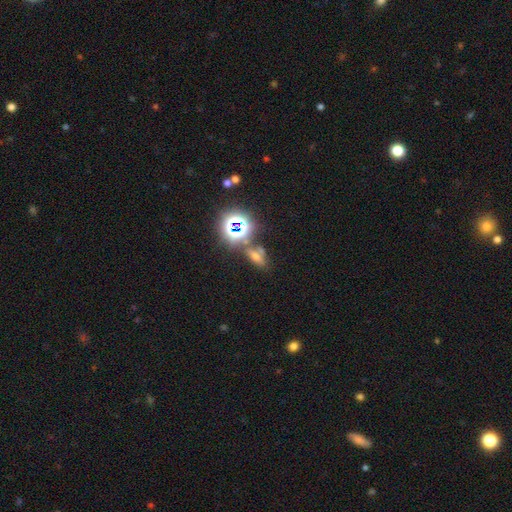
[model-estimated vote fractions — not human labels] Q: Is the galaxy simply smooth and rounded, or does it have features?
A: star or artifact — 47%.